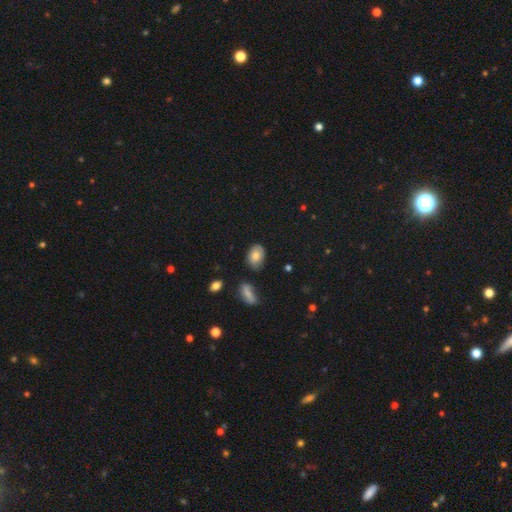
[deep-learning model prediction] A smooth galaxy with no disk features (75%) that is in between round and cigar-shaped (84%).

Vote fractions:
- Smooth or featured? smooth: 75% / featured or disk: 16% / star or artifact: 8%
- How rounded? in between: 84% / round: 15% / cigar-shaped: 1%
- Merging? none: 71% / minor disturbance: 20% / major disturbance: 5% / merger: 3%